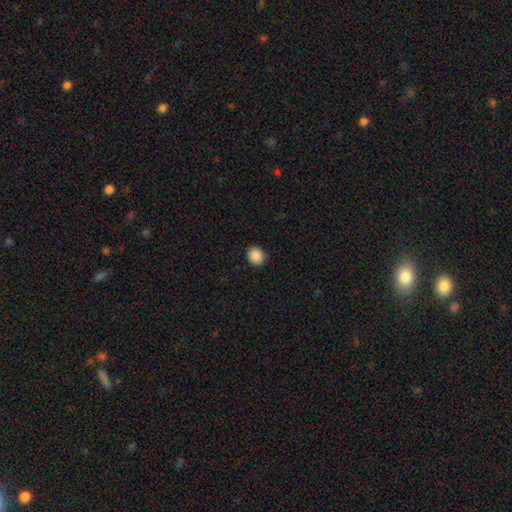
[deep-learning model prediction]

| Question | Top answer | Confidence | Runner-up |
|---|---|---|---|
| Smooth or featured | smooth | 89% | star or artifact (8%) |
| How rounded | round | 67% | in between (32%) |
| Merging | none | 90% | minor disturbance (7%) |